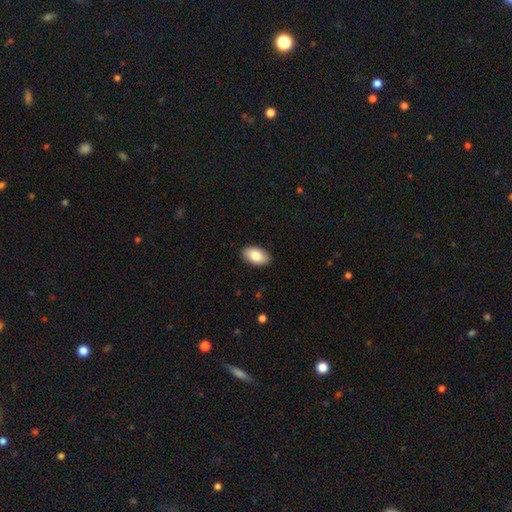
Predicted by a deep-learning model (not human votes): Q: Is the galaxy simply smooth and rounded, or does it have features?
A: smooth — 84%.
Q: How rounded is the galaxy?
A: in between — 95%.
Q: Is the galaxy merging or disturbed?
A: none — 89%.